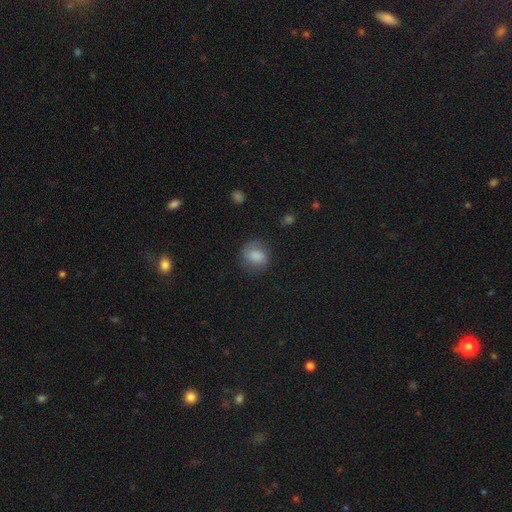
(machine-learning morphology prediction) Smooth or featured: smooth — 77% (featured or disk — 14%)
How rounded: round — 65% (in between — 33%)
Merging: none — 68% (minor disturbance — 22%)